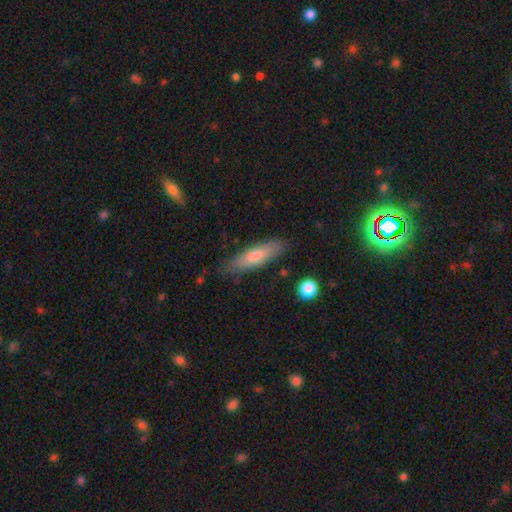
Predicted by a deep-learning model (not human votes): smooth 69%, featured or disk 25%, star or artifact 6%. Down the decision tree: how rounded — cigar-shaped (59%); merging — none (79%).